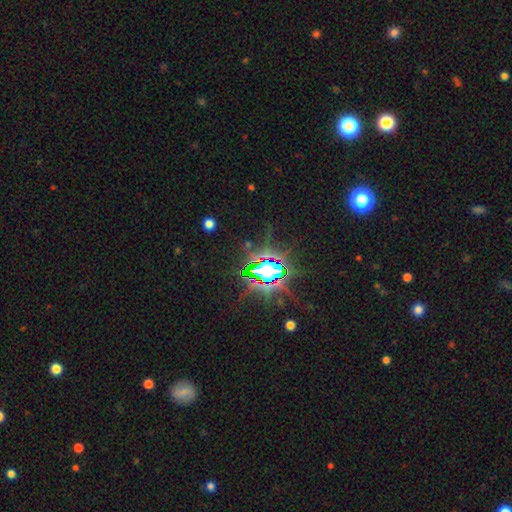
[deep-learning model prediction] Overall: star or artifact (82%).